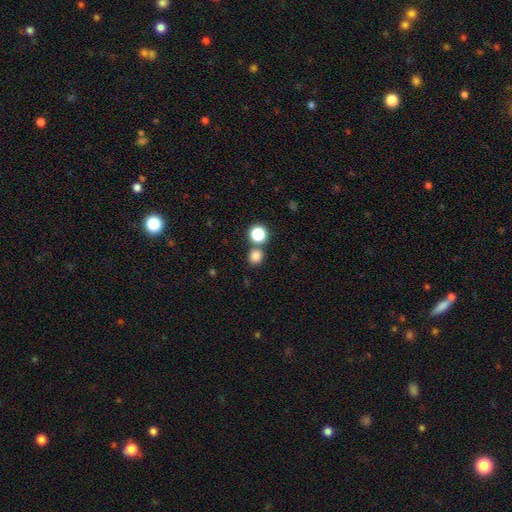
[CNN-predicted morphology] A smooth galaxy with no disk features (79%) that is round (82%).

Vote fractions:
- Smooth or featured? smooth: 79% / star or artifact: 16% / featured or disk: 5%
- How rounded? round: 82% / in between: 17% / cigar-shaped: 1%
- Merging? none: 74% / merger: 16% / minor disturbance: 8% / major disturbance: 3%